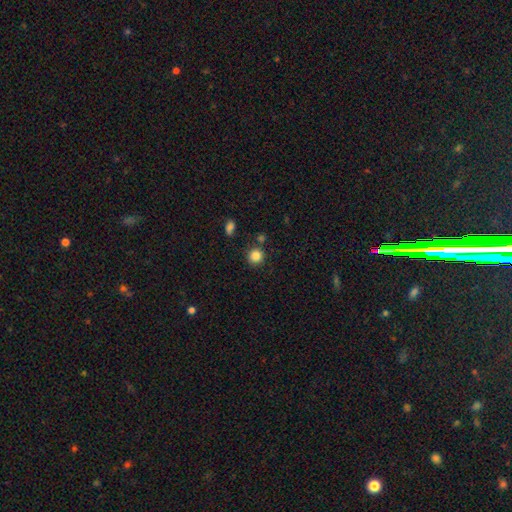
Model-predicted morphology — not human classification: Overall: smooth (85%). How rounded: round (91%). Merging: none (82%).